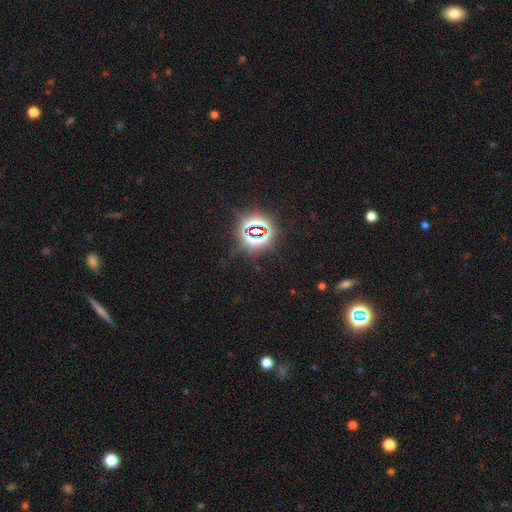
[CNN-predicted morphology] A star or artifact, not a galaxy (80%).

Vote fractions:
- Smooth or featured? star or artifact: 80% / smooth: 13% / featured or disk: 7%